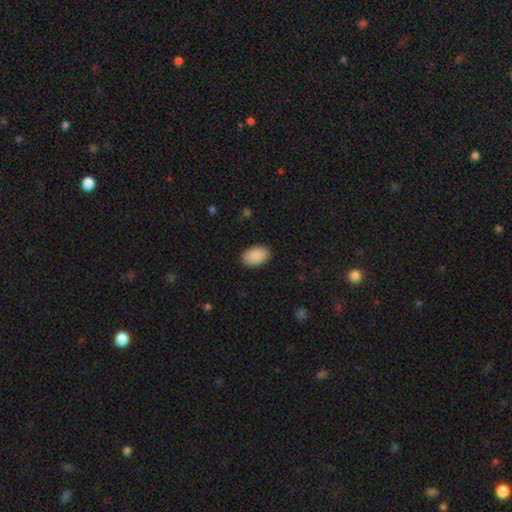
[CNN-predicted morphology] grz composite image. It shows a smooth galaxy with no disk features (91%) that is in between round and cigar-shaped (92%). Merging: none (89%).